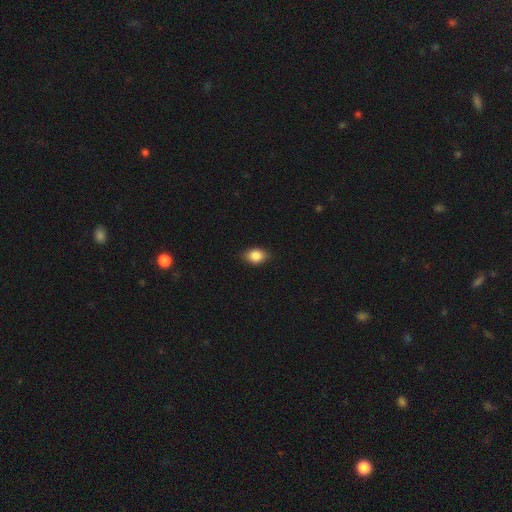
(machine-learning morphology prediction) The model was most divided on "how rounded": in between: 74%, round: 24%, cigar-shaped: 2%. More confident: smooth or featured — smooth (85%); merging — none (84%).